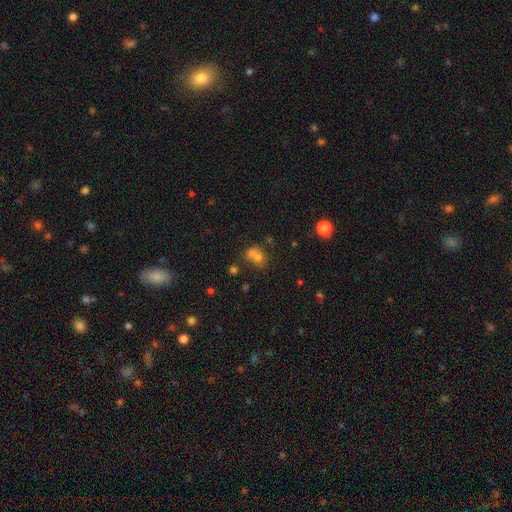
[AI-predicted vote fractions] Smooth or featured?
  - smooth: 68% *
  - star or artifact: 17%
  - featured or disk: 15%
How rounded?
  - round: 63% *
  - in between: 36%
  - cigar-shaped: 1%
Merging?
  - merger: 54% *
  - none: 31%
  - minor disturbance: 9%
  - major disturbance: 6%